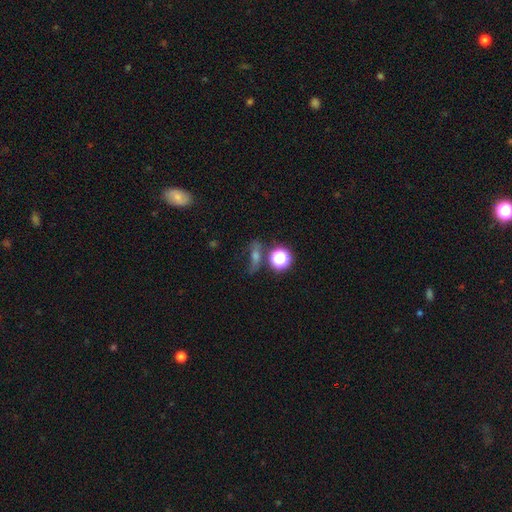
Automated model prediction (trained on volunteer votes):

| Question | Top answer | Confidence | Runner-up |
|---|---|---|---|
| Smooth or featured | smooth | 35% | tied: featured or disk (35%) |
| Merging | none | 65% | minor disturbance (16%) |